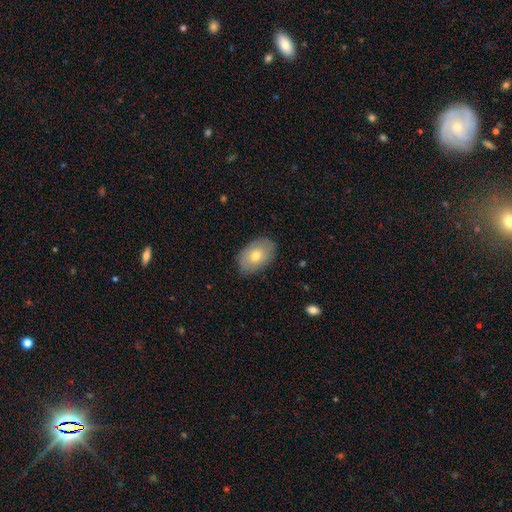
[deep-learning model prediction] Q: Smooth or featured?
A: smooth (66%); runner-up: featured or disk (27%)
Q: How rounded?
A: in between (86%); runner-up: round (13%)
Q: Merging?
A: none (82%); runner-up: minor disturbance (14%)